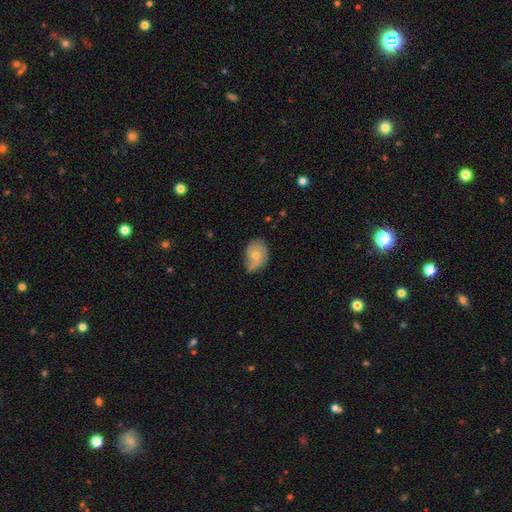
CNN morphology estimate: A featured or disk galaxy (47%).

Vote fractions:
- Smooth or featured? featured or disk: 47% / smooth: 46% / star or artifact: 7%
- Merging? none: 47% / minor disturbance: 37% / major disturbance: 15% / merger: 2%